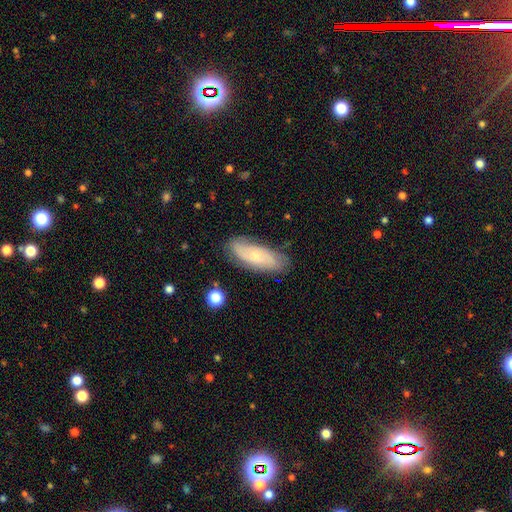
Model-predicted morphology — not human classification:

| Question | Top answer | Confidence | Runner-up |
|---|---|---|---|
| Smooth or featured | featured or disk | 48% | smooth (45%) |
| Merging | none | 77% | minor disturbance (17%) |